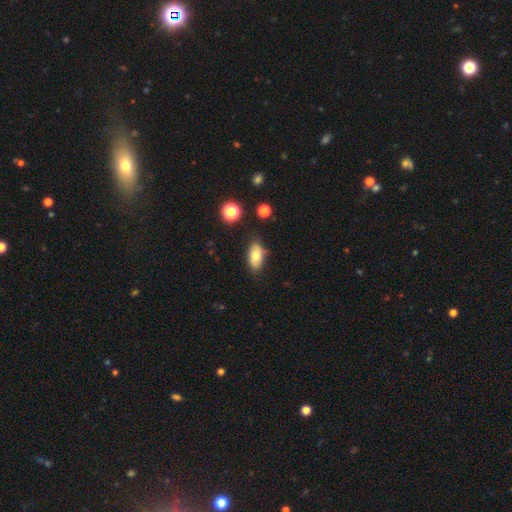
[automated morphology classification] This appears to be a smooth galaxy with no disk features (75%) that is in between round and cigar-shaped (90%). Merging: none (78%).